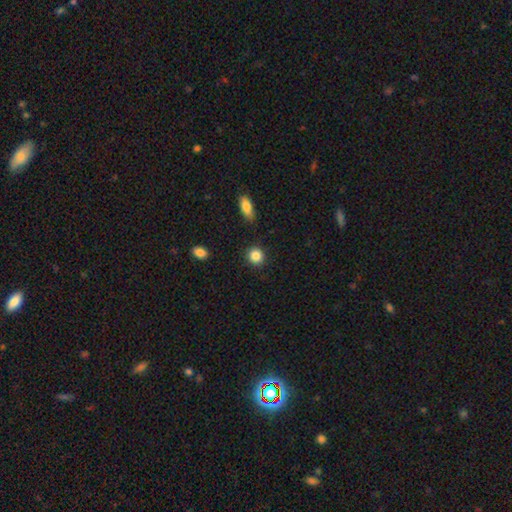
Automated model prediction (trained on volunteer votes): Smooth or featured: smooth — 86% (star or artifact — 9%)
How rounded: round — 86% (in between — 13%)
Merging: none — 89% (minor disturbance — 7%)